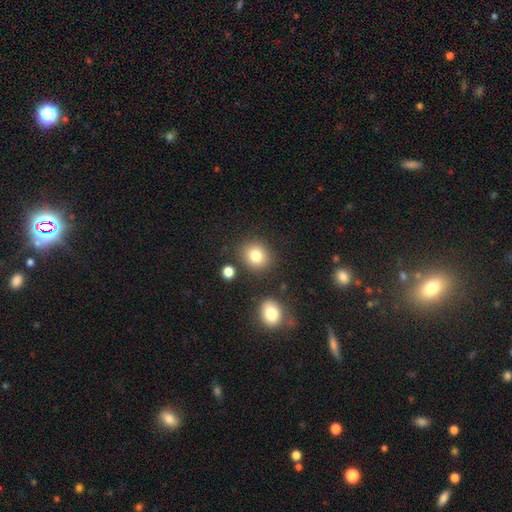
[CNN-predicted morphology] Smooth or featured? Predicted: smooth (p=0.81). How rounded? Predicted: round (p=0.75). Merging? Predicted: none (p=0.82).